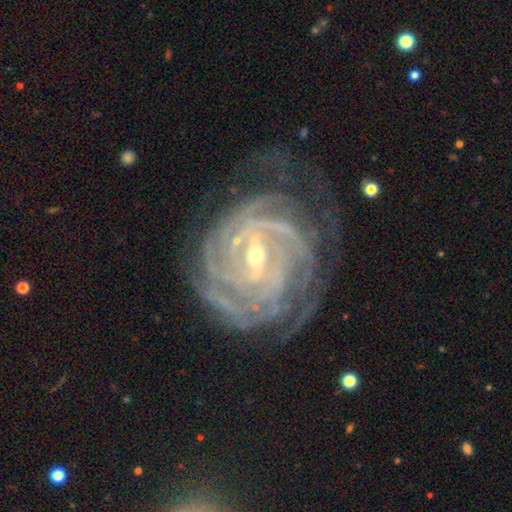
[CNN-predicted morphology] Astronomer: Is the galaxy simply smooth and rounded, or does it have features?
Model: featured or disk — 91%.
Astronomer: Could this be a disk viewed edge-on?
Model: no — 97%.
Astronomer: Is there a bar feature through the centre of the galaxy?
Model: strong — 46% (runner-up: weak, 41%).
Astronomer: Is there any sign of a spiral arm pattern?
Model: yes — 98%.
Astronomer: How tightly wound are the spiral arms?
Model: tight — 80%.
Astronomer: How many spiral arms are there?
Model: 4 — 29% (runner-up: can't tell, 21%).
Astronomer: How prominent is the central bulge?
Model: small — 62%.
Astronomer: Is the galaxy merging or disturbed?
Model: none — 69%.